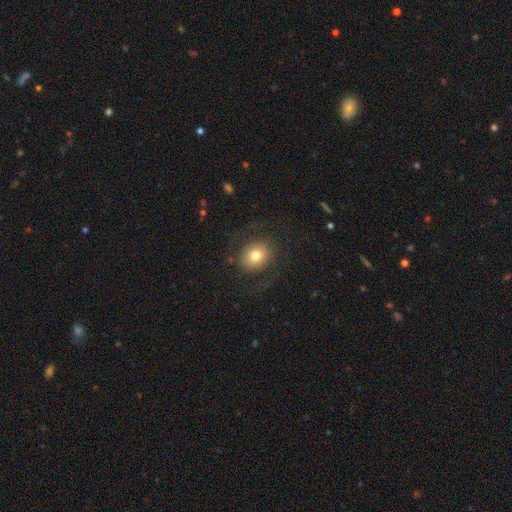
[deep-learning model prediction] smooth-or-featured: smooth: 69% | featured or disk: 21% | star or artifact: 10%
  how-rounded: round: 55% | in between: 44% | cigar-shaped: 1%
  merging: none: 77% | minor disturbance: 11% | major disturbance: 10% | merger: 1%